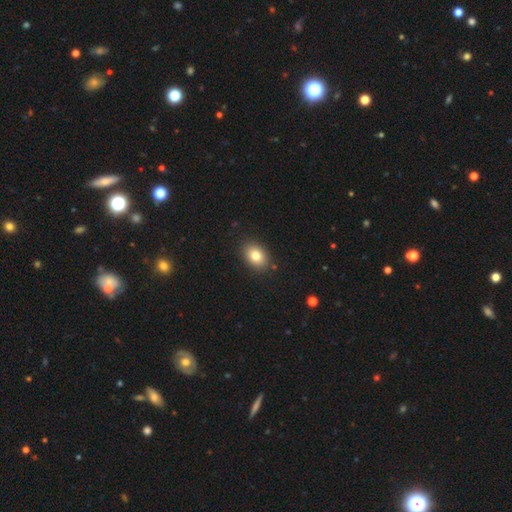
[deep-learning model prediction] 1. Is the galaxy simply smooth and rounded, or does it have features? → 81% smooth, 10% featured or disk, 9% star or artifact.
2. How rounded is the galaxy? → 75% in between, 24% round, 1% cigar-shaped.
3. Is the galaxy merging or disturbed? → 88% none, 9% minor disturbance, 2% major disturbance, 1% merger.